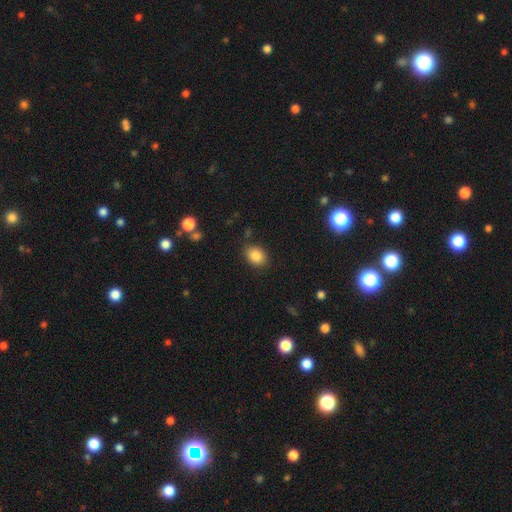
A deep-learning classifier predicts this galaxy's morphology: smooth_or_featured: smooth (p=0.85) [alt: star or artifact p=0.09]
how_rounded: in between (p=0.61) [alt: round p=0.38]
merging: none (p=0.83) [alt: minor disturbance p=0.12]